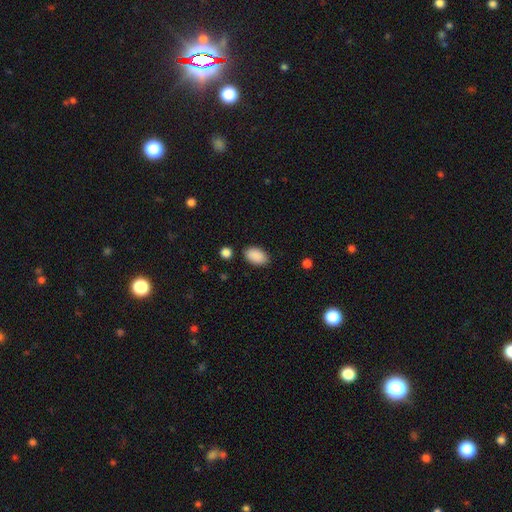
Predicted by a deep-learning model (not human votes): Smooth or featured: smooth — 90% (star or artifact — 7%)
How rounded: in between — 93% (round — 5%)
Merging: none — 85% (minor disturbance — 10%)